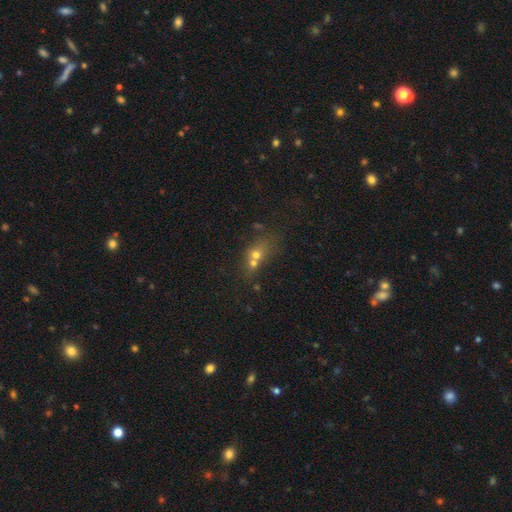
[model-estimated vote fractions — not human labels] smooth 54%, featured or disk 24%, star or artifact 22%. Down the decision tree: how rounded — round (57%); merging — merger (57%).